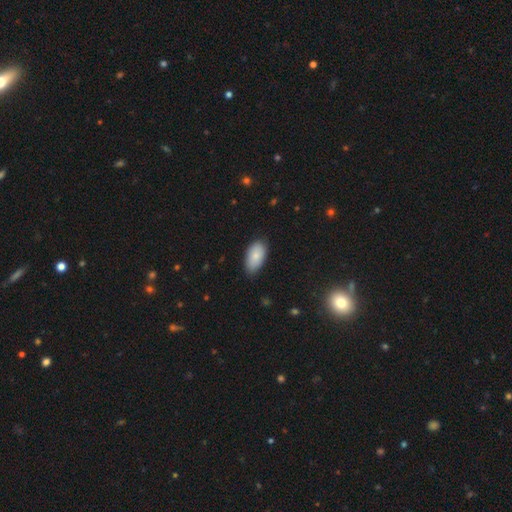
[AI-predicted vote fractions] smooth 84%, featured or disk 9%, star or artifact 7%. Down the decision tree: how rounded — in between (94%); merging — none (78%).